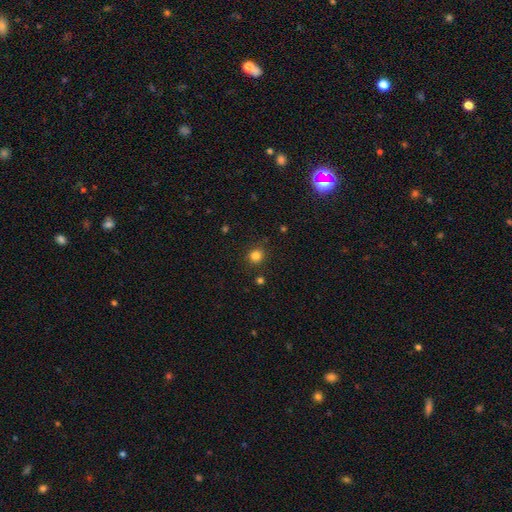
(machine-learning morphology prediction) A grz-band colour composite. It shows a smooth galaxy with no disk features (82%) that is round (85%). Merging: none (85%).